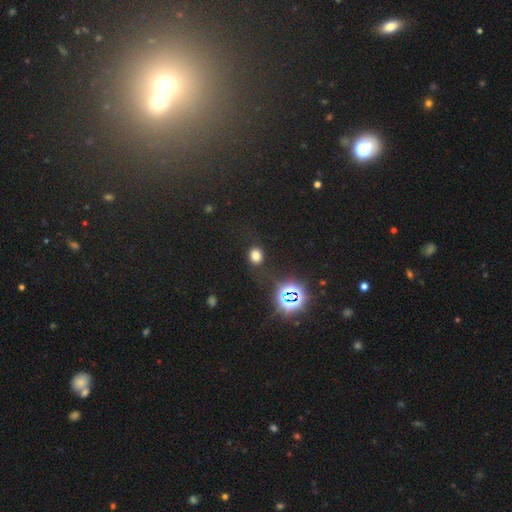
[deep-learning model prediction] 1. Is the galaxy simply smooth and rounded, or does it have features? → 70% smooth, 23% star or artifact, 7% featured or disk.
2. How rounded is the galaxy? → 63% round, 36% in between, 1% cigar-shaped.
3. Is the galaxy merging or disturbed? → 81% none, 11% minor disturbance, 5% major disturbance, 3% merger.